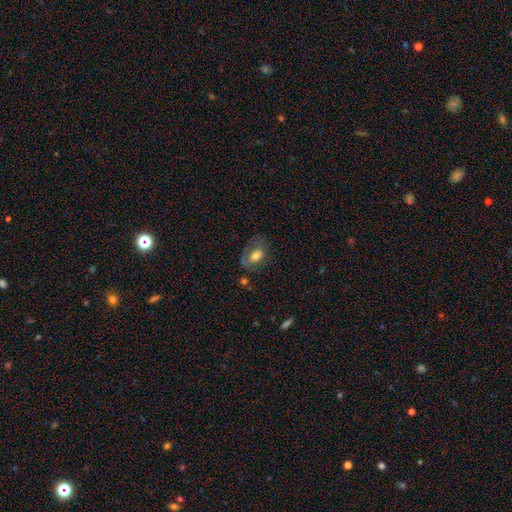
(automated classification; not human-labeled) Smooth or featured?
  - smooth: 63% *
  - featured or disk: 29%
  - star or artifact: 8%
How rounded?
  - in between: 75% *
  - round: 24%
  - cigar-shaped: 1%
Merging?
  - none: 55% *
  - minor disturbance: 24%
  - major disturbance: 17%
  - merger: 4%